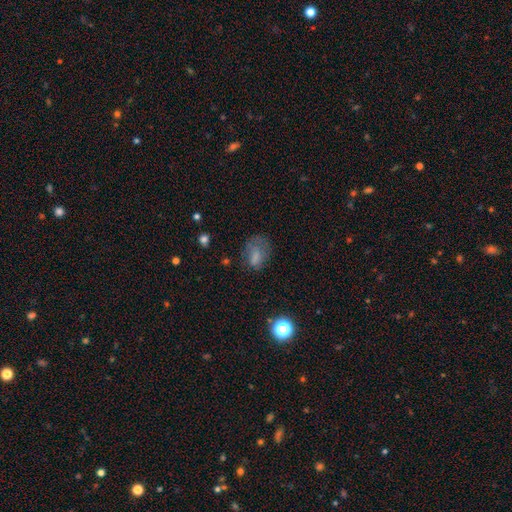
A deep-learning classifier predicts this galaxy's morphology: smooth 68%, featured or disk 18%, star or artifact 15%. Down the decision tree: how rounded — in between (76%); merging — none (41%).